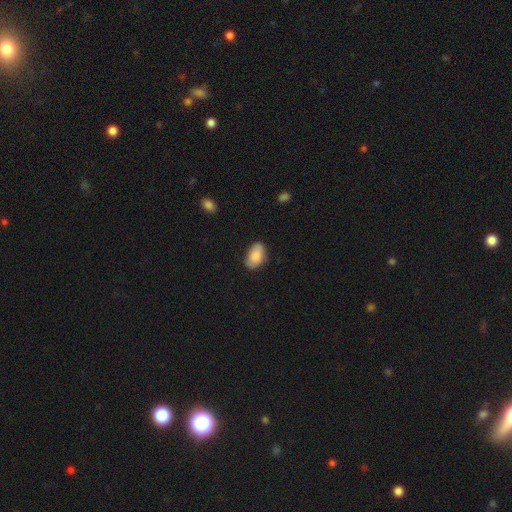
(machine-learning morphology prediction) A smooth galaxy with no disk features (86%) that is in between round and cigar-shaped (93%).

Vote fractions:
- Smooth or featured? smooth: 86% / featured or disk: 7% / star or artifact: 6%
- How rounded? in between: 93% / round: 6% / cigar-shaped: 1%
- Merging? none: 80% / minor disturbance: 16% / major disturbance: 3% / merger: 1%